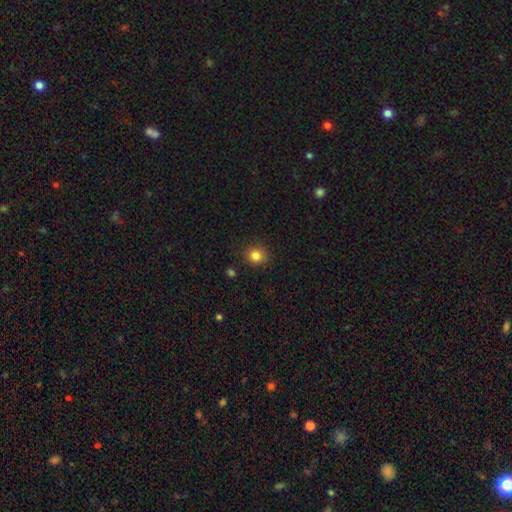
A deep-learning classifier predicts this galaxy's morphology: smooth 83%, star or artifact 12%, featured or disk 5%. Down the decision tree: how rounded — round (87%); merging — none (90%).